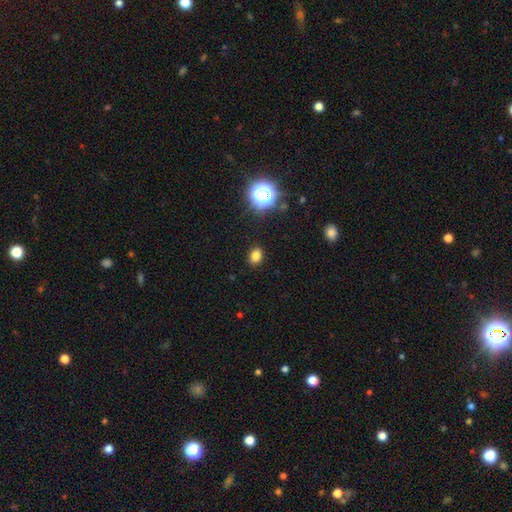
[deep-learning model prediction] Smooth or featured?
  - smooth: 78% *
  - star or artifact: 17%
  - featured or disk: 6%
How rounded?
  - in between: 61% *
  - round: 38%
  - cigar-shaped: 1%
Merging?
  - none: 88% *
  - minor disturbance: 8%
  - major disturbance: 3%
  - merger: 1%